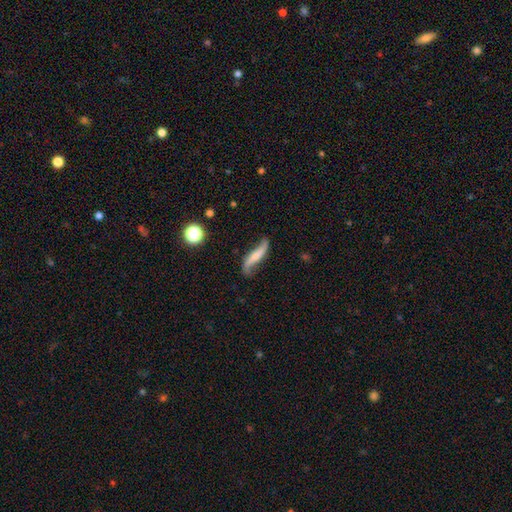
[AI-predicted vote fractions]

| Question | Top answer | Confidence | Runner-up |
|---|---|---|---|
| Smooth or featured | featured or disk | 68% | smooth (25%) |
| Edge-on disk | no | 69% | yes (31%) |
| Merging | none | 64% | minor disturbance (23%) |